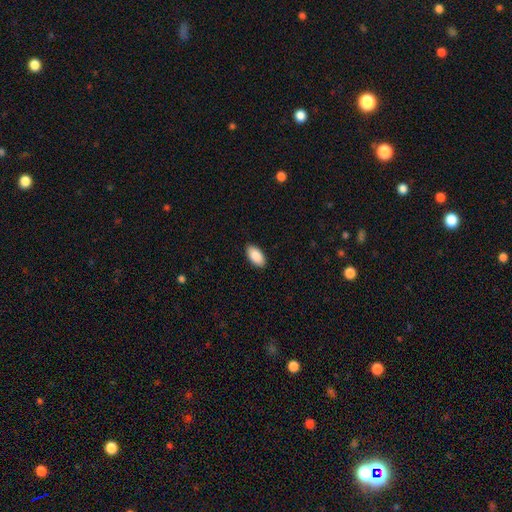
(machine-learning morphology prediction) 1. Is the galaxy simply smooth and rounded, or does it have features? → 90% smooth, 6% star or artifact, 4% featured or disk.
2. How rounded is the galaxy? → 95% in between, 3% cigar-shaped, 2% round.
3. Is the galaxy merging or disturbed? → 90% none, 8% minor disturbance, 2% major disturbance, 1% merger.